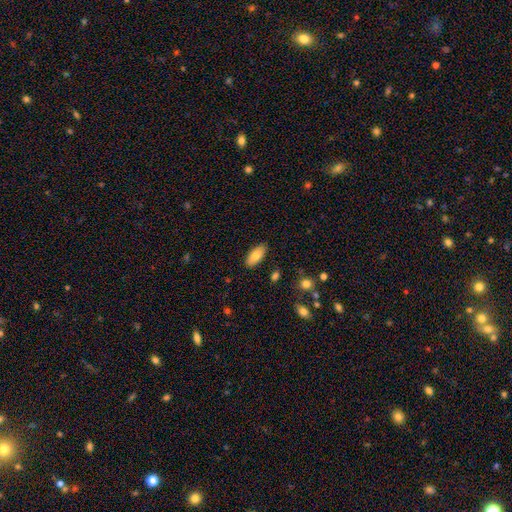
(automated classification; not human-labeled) smooth-or-featured: smooth: 81% | featured or disk: 12% | star or artifact: 7%
  how-rounded: in between: 88% | cigar-shaped: 10% | round: 2%
  merging: none: 87% | minor disturbance: 9% | major disturbance: 2% | merger: 1%